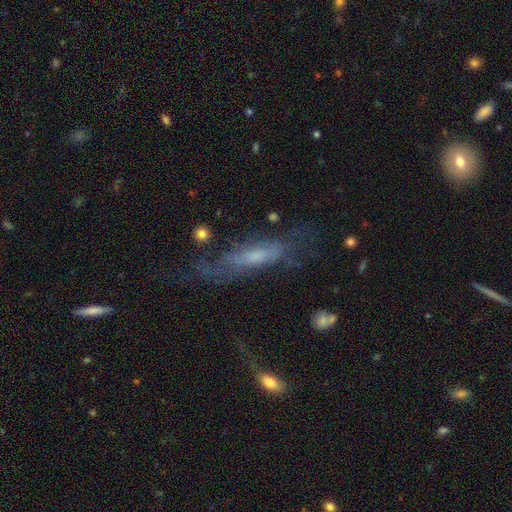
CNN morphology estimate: A featured or disk galaxy (57%). Merging: none (48%).